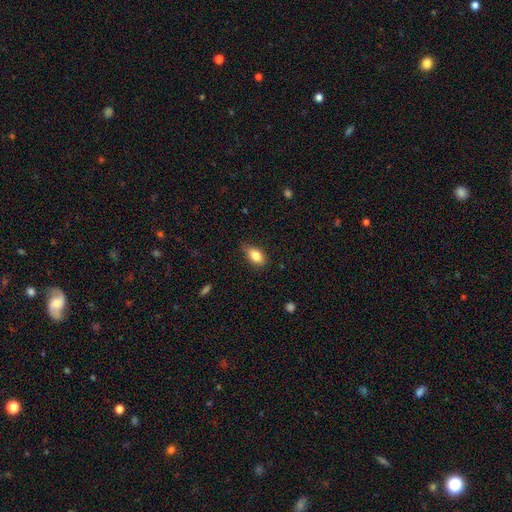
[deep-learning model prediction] Smooth or featured? smooth (83%)
How rounded? in between (88%)
Merging? none (74%)